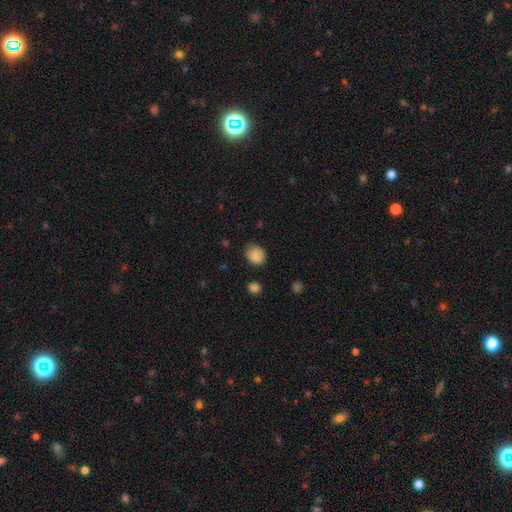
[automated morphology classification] Smooth or featured?
  - smooth: 86% *
  - star or artifact: 9%
  - featured or disk: 5%
How rounded?
  - round: 60% *
  - in between: 39%
  - cigar-shaped: 1%
Merging?
  - none: 68% *
  - minor disturbance: 25%
  - major disturbance: 5%
  - merger: 2%